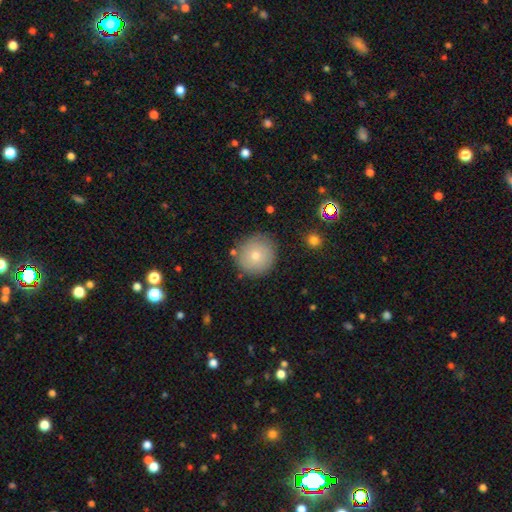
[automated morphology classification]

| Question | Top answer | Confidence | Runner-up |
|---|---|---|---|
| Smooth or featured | smooth | 77% | featured or disk (14%) |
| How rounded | round | 94% | in between (5%) |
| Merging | none | 84% | minor disturbance (10%) |